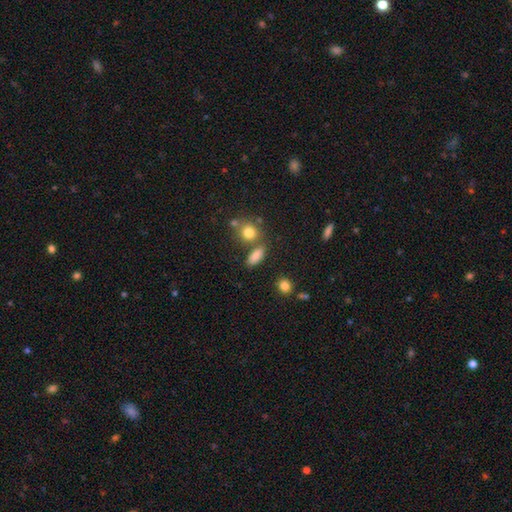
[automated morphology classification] The model was most divided on "how rounded": in between: 70%, cigar-shaped: 15%, round: 14%. More confident: smooth or featured — smooth (84%); merging — none (70%).